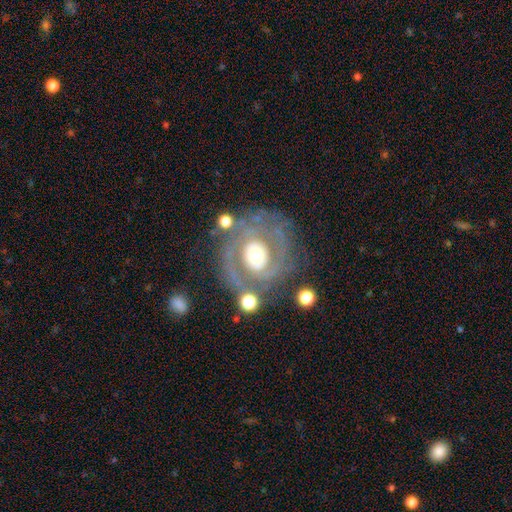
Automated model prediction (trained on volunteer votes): smooth_or_featured: featured or disk (p=0.79) [alt: smooth p=0.14]
disk_edge_on: no (p=0.97) [alt: yes p=0.03]
bar: no (p=0.76) [alt: weak p=0.17]
has_spiral_arms: yes (p=0.75) [alt: no p=0.25]
spiral_winding: tight (p=0.55) [alt: medium p=0.32]
spiral_arm_count: 2 (p=0.48) [alt: can't tell p=0.25]
bulge_size: moderate (p=0.62) [alt: large p=0.22]
merging: none (p=0.66) [alt: minor disturbance p=0.17]